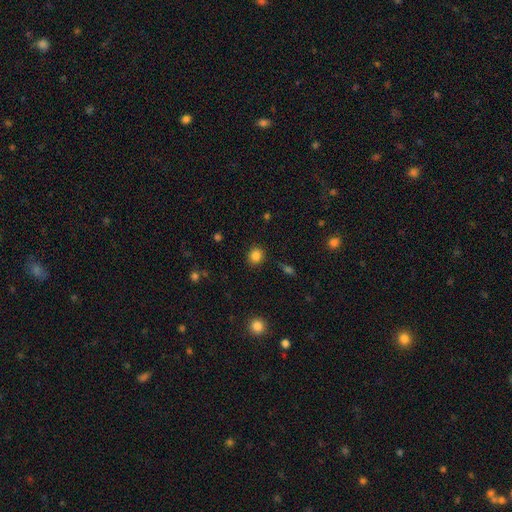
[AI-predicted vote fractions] The model was most divided on "how rounded": round: 82%, in between: 17%, cigar-shaped: 1%. More confident: merging — none (88%); smooth or featured — smooth (84%).